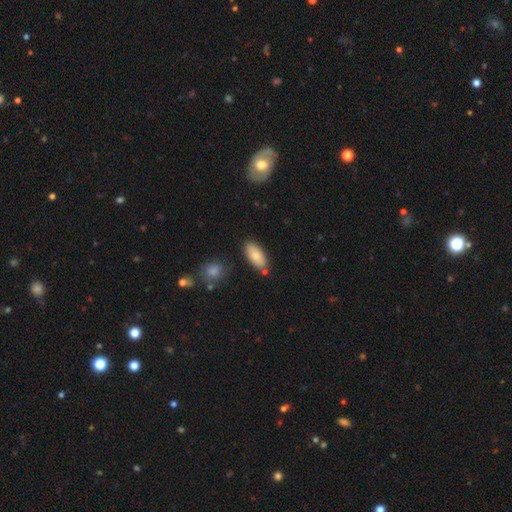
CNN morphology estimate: Smooth or featured? smooth (80%)
How rounded? in between (88%)
Merging? none (78%)